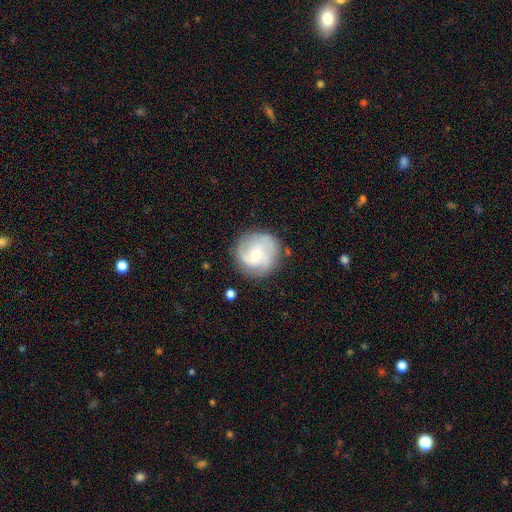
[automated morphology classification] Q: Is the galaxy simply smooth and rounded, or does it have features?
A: featured or disk — 69%.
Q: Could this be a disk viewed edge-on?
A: no — 98%.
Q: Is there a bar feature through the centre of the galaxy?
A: no — 56%.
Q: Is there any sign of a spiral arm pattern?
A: yes — 89%.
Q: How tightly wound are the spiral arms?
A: medium — 42%.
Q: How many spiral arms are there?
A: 2 — 31%, tied with 3.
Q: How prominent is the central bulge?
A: moderate — 48%, tied with small.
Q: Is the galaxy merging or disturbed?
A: none — 80%.